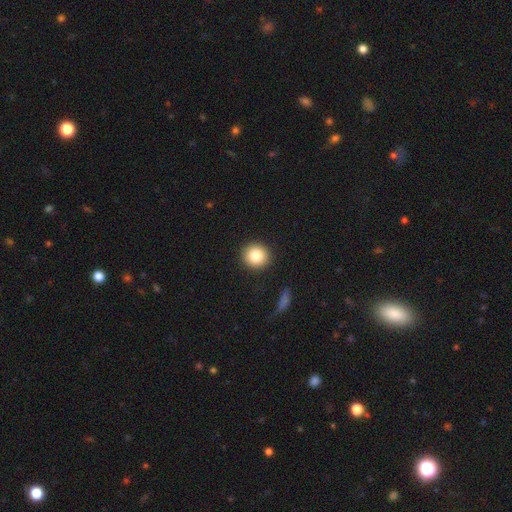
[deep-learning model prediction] A smooth galaxy with no disk features (84%) that is round (92%).

Vote fractions:
- Smooth or featured? smooth: 84% / star or artifact: 9% / featured or disk: 7%
- How rounded? round: 92% / in between: 7% / cigar-shaped: 1%
- Merging? none: 91% / minor disturbance: 6% / major disturbance: 2% / merger: 1%